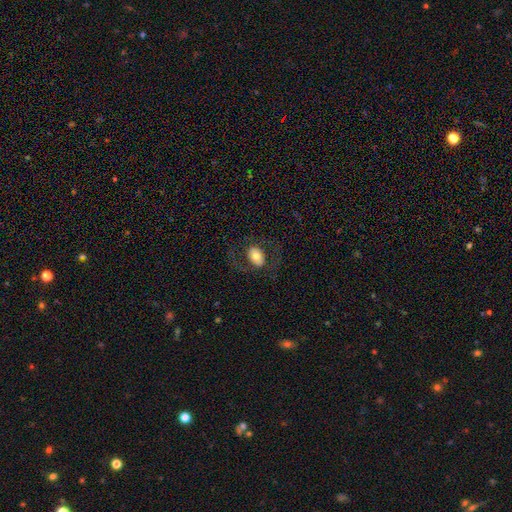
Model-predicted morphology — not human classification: Overall: smooth (58%; featured or disk 34%). How rounded: in between (76%). Merging: none (75%).